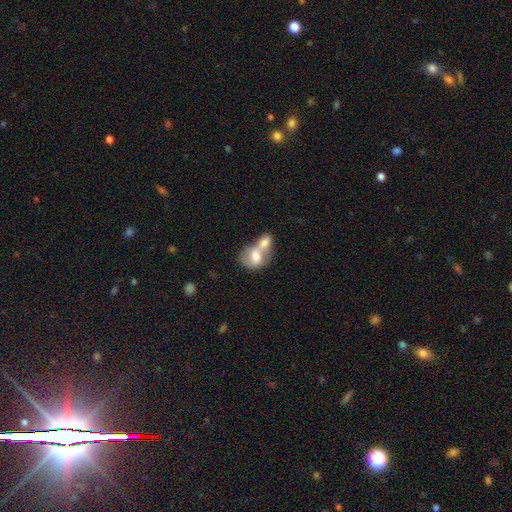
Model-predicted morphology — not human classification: Q: Smooth or featured?
A: smooth (64%); runner-up: featured or disk (30%)
Q: How rounded?
A: in between (65%); runner-up: round (33%)
Q: Merging?
A: merger (78%); runner-up: none (12%)